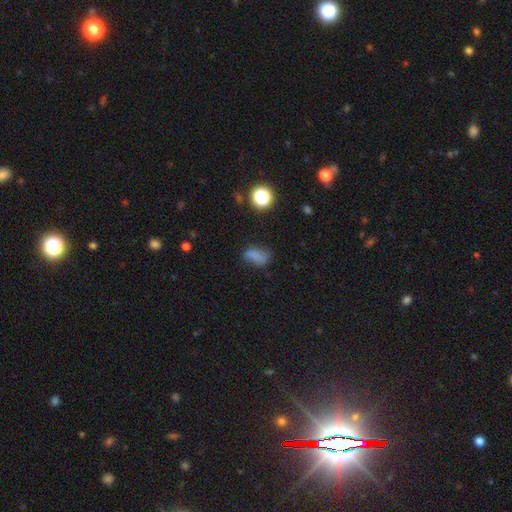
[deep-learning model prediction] This is likely a smooth galaxy (71%). How rounded: likely in between (80%). Merging: possibly none (55%).